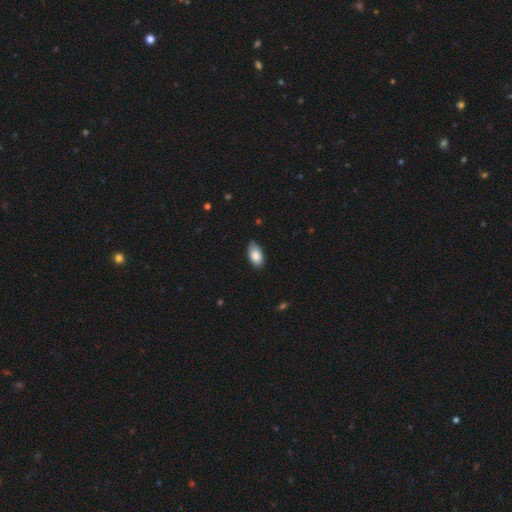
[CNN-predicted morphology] type=smooth (85%); roundness=in between (94%); merging=none (79%).